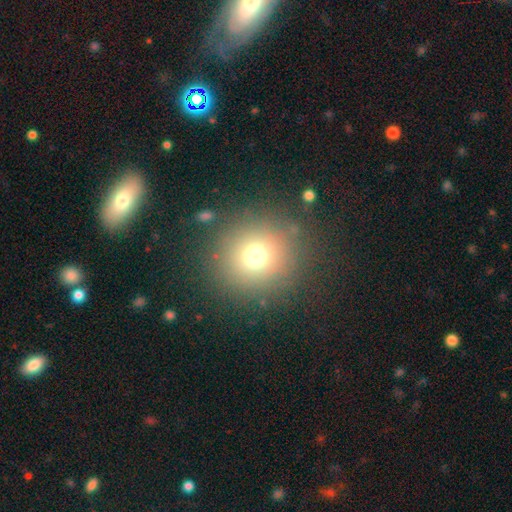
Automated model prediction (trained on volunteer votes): This appears to be a smooth galaxy with no disk features (70%) that is round (93%). Merging: none (85%).